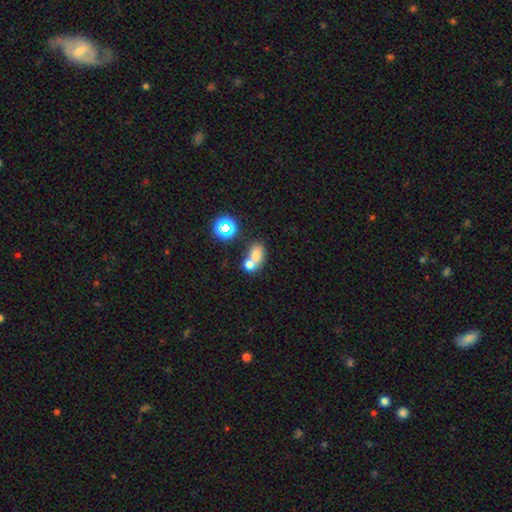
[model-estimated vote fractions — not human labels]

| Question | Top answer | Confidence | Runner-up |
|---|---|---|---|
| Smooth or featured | smooth | 69% | star or artifact (16%) |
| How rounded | in between | 63% | round (36%) |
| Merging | merger | 58% | none (30%) |